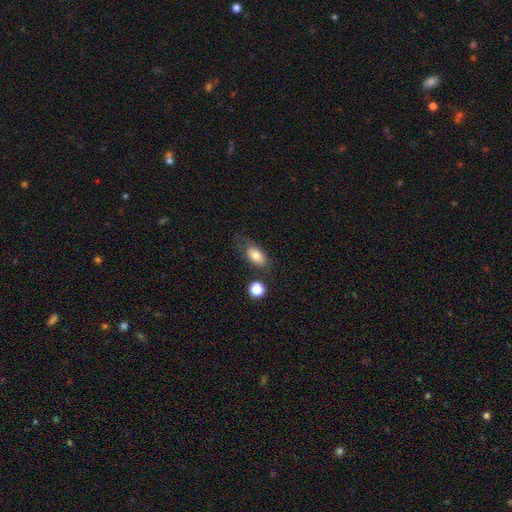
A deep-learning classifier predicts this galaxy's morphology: smooth-or-featured: smooth: 77% | featured or disk: 15% | star or artifact: 9%
  how-rounded: in between: 85% | round: 9% | cigar-shaped: 6%
  merging: none: 59% | minor disturbance: 23% | major disturbance: 11% | merger: 7%